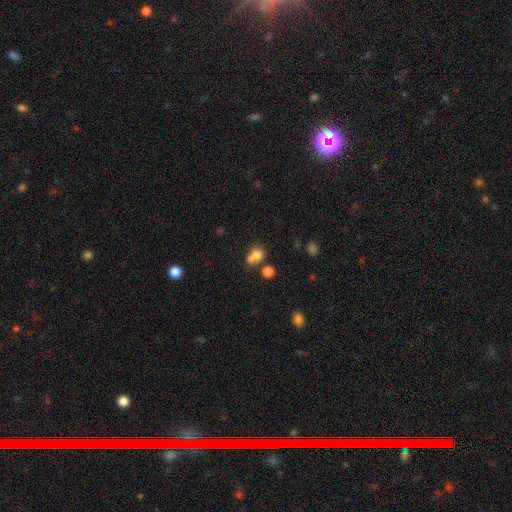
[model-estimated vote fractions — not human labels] A smooth galaxy with no disk features (75%) that is round (59%). Merging: merger (48%).